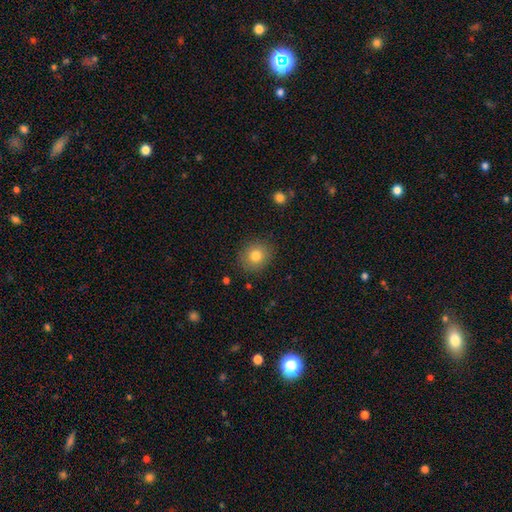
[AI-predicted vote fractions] Q: Smooth or featured?
A: smooth (80%); runner-up: featured or disk (10%)
Q: How rounded?
A: round (79%); runner-up: in between (20%)
Q: Merging?
A: none (87%); runner-up: minor disturbance (9%)